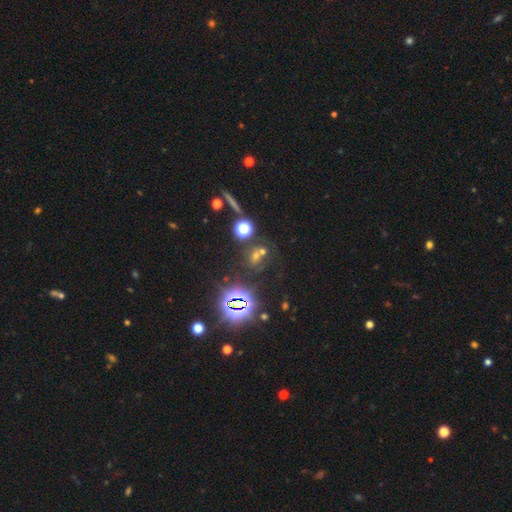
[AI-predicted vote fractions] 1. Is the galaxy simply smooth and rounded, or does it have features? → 51% star or artifact, 35% smooth, 14% featured or disk.